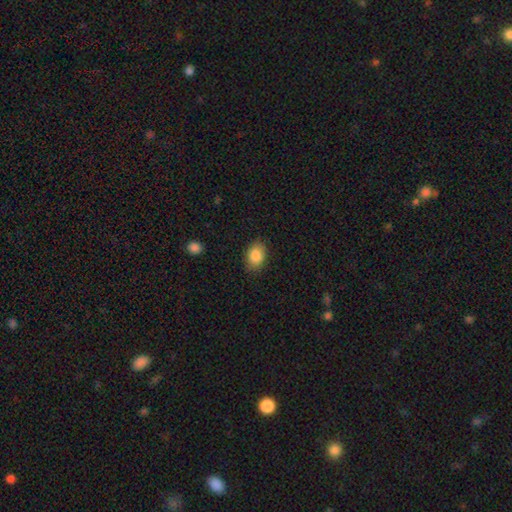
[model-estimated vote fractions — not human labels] Smooth or featured?
  - smooth: 87% *
  - star or artifact: 8%
  - featured or disk: 5%
How rounded?
  - in between: 77% *
  - round: 22%
  - cigar-shaped: 1%
Merging?
  - none: 84% *
  - minor disturbance: 12%
  - major disturbance: 3%
  - merger: 1%